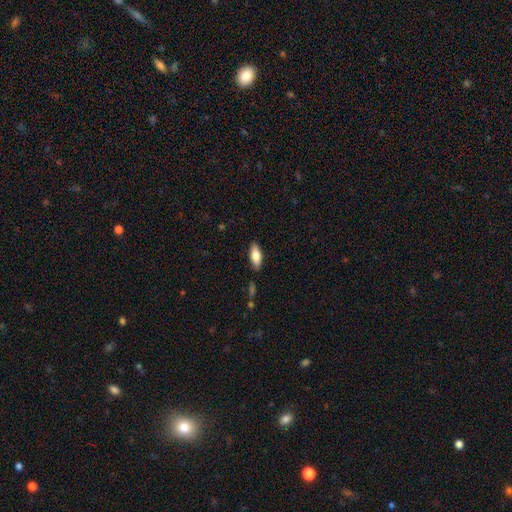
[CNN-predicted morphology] smooth-or-featured: smooth: 77% | featured or disk: 17% | star or artifact: 6%
  how-rounded: in between: 77% | cigar-shaped: 21% | round: 2%
  merging: none: 86% | minor disturbance: 10% | major disturbance: 2% | merger: 1%